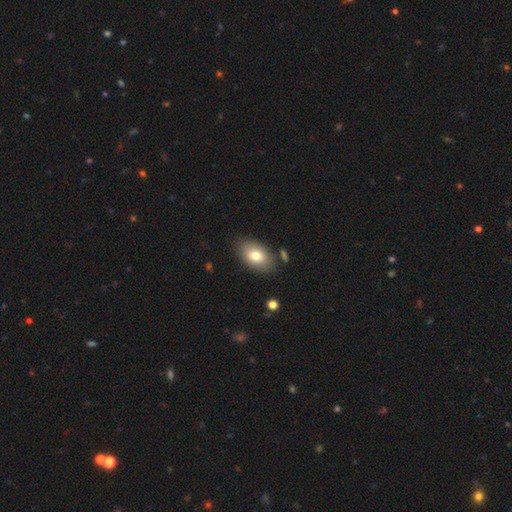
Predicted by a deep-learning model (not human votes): The model was most divided on "smooth or featured": smooth: 78%, featured or disk: 14%, star or artifact: 8%. More confident: how rounded — in between (90%); merging — none (81%).